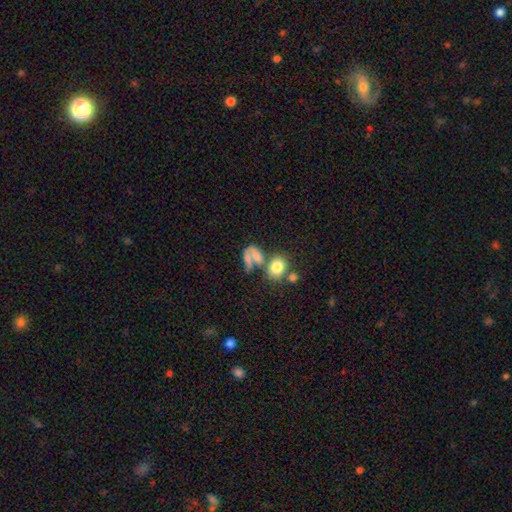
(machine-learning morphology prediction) smooth-or-featured: smooth: 63% | featured or disk: 25% | star or artifact: 12%
  how-rounded: in between: 73% | round: 23% | cigar-shaped: 4%
  merging: merger: 48% | none: 25% | major disturbance: 16% | minor disturbance: 12%